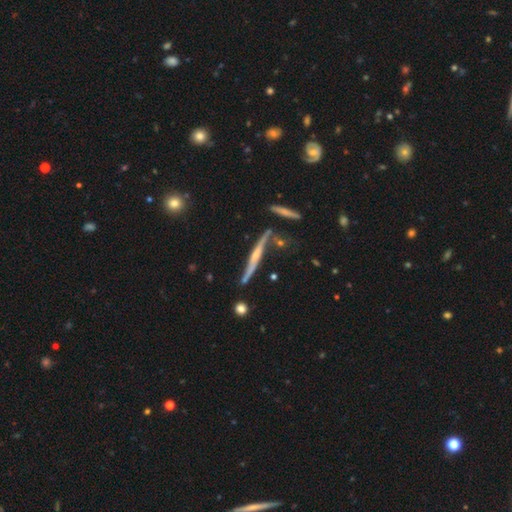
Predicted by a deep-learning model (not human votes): Smooth or featured? featured or disk (80%)
Edge-on disk? yes (95%)
Edge-on bulge? rounded (72%)
Merging? none (75%)